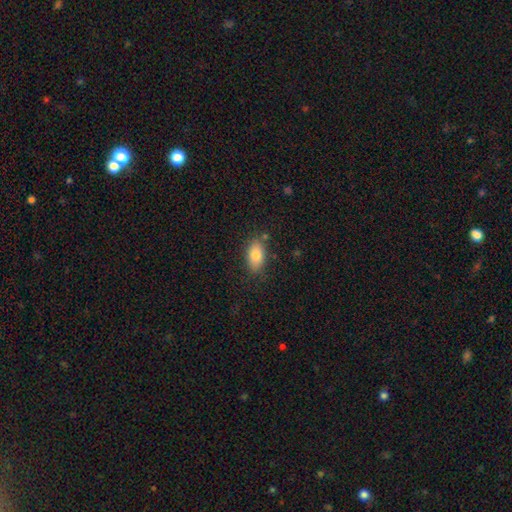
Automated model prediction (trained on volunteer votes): smooth 81%, featured or disk 11%, star or artifact 8%. Down the decision tree: how rounded — in between (90%); merging — none (79%).